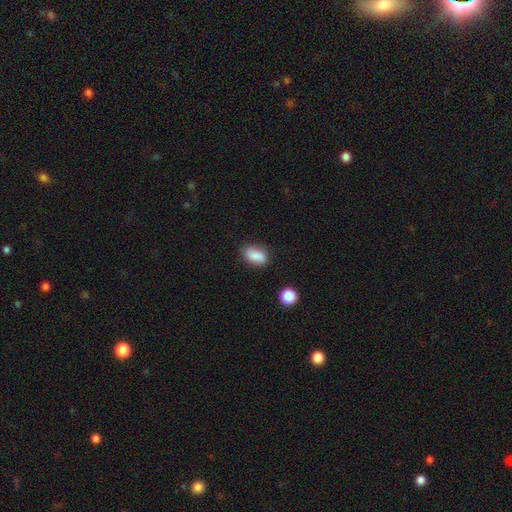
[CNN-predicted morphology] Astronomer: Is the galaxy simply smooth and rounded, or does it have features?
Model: smooth — 86%.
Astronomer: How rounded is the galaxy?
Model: in between — 89%.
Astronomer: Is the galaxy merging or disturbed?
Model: none — 73%.